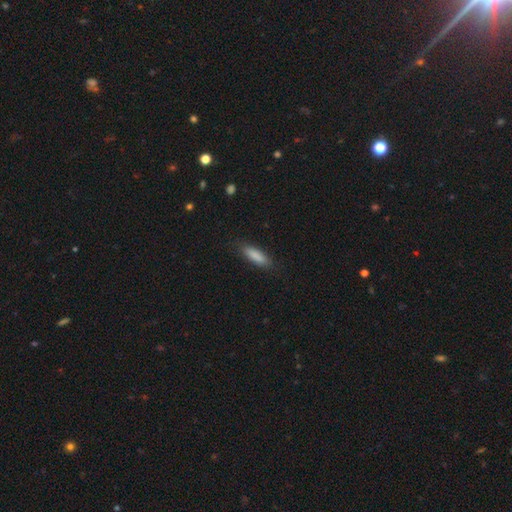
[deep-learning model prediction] This is clearly a smooth galaxy (87%). How rounded: likely cigar-shaped (61%). Merging: clearly none (85%).